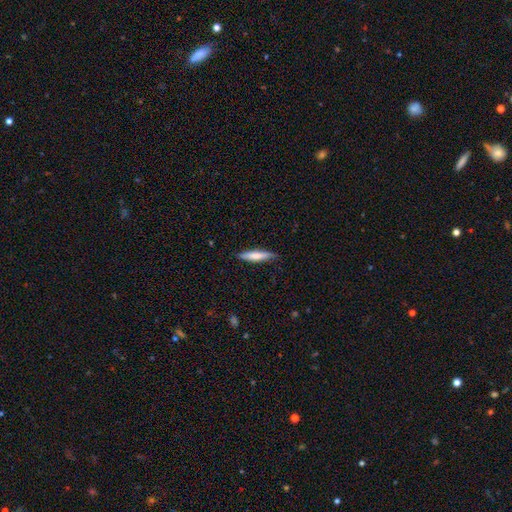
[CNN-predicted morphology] This appears to be a smooth galaxy with no disk features (70%) that is cigar-shaped (86%). Merging: none (84%).